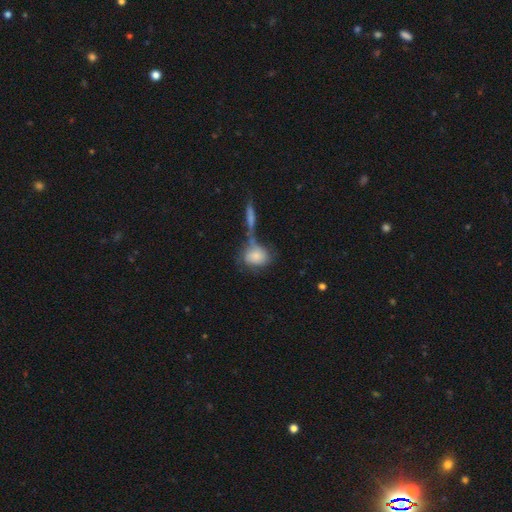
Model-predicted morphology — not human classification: smooth-or-featured: smooth: 75% | featured or disk: 18% | star or artifact: 7%
  how-rounded: in between: 65% | round: 31% | cigar-shaped: 4%
  merging: merger: 41% | none: 29% | minor disturbance: 16% | major disturbance: 13%